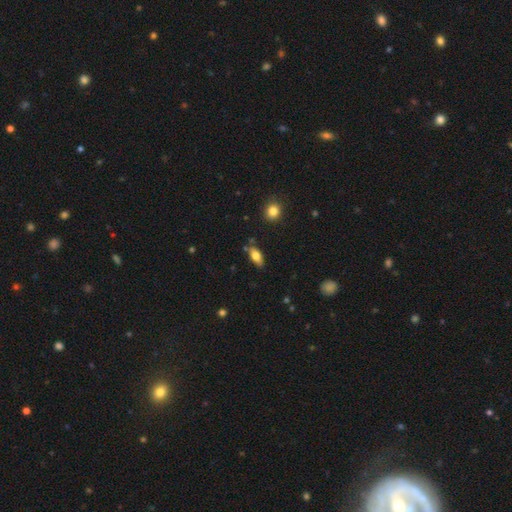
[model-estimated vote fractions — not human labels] Smooth or featured? smooth (71%)
How rounded? in between (85%)
Merging? none (75%)